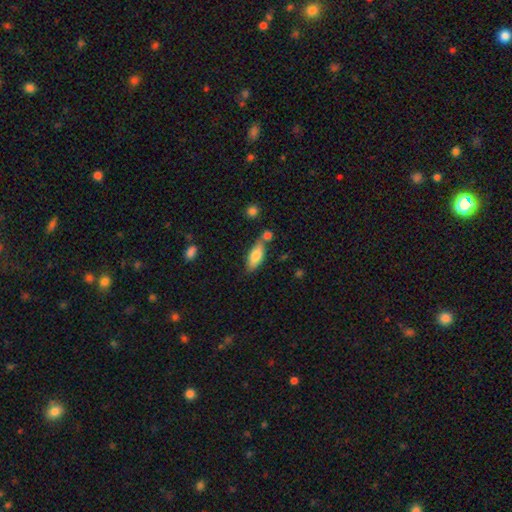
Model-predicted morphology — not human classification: Smooth or featured?
  - smooth: 75% *
  - featured or disk: 18%
  - star or artifact: 7%
How rounded?
  - in between: 70% *
  - cigar-shaped: 28%
  - round: 2%
Merging?
  - none: 64% *
  - minor disturbance: 16%
  - merger: 16%
  - major disturbance: 4%